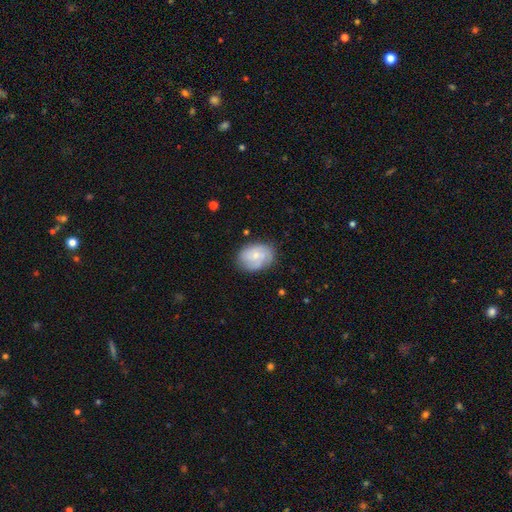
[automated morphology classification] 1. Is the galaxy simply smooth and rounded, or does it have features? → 53% smooth, 40% featured or disk, 7% star or artifact.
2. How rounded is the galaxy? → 68% in between, 31% round, 1% cigar-shaped.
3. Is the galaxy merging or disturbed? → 72% none, 20% minor disturbance, 5% major disturbance, 2% merger.